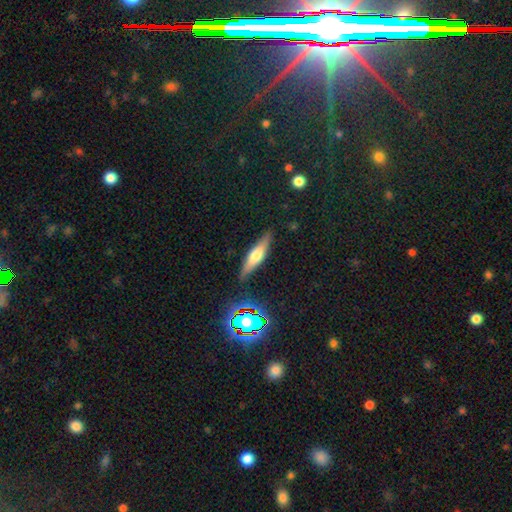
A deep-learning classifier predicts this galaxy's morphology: Smooth or featured? Predicted: featured or disk (p=0.46, tied with smooth). Merging? Predicted: none (p=0.86).